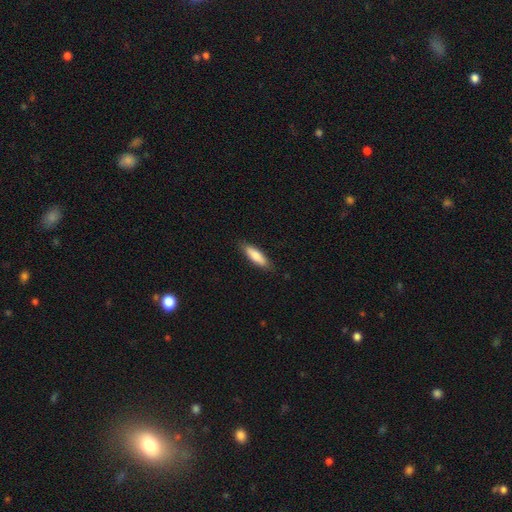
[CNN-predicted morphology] Smooth or featured?
  - smooth: 80% *
  - featured or disk: 15%
  - star or artifact: 5%
How rounded?
  - cigar-shaped: 55% *
  - in between: 44%
  - round: 2%
Merging?
  - none: 85% *
  - minor disturbance: 12%
  - major disturbance: 2%
  - merger: 1%